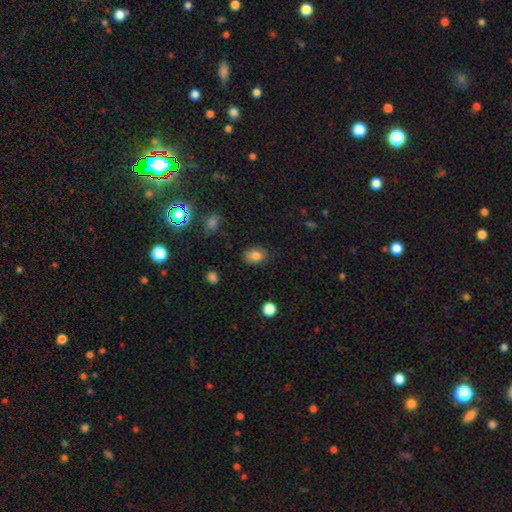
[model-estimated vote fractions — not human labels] Smooth or featured: smooth — 81% (star or artifact — 10%)
How rounded: in between — 67% (round — 32%)
Merging: none — 81% (minor disturbance — 14%)